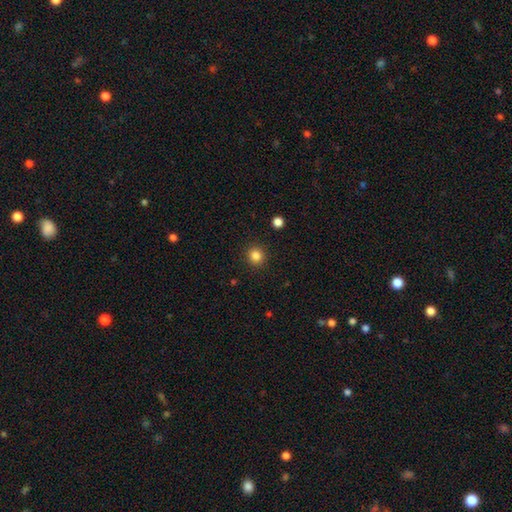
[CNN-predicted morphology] Smooth or featured: smooth — 85% (star or artifact — 11%)
How rounded: round — 92% (in between — 7%)
Merging: none — 92% (minor disturbance — 5%)